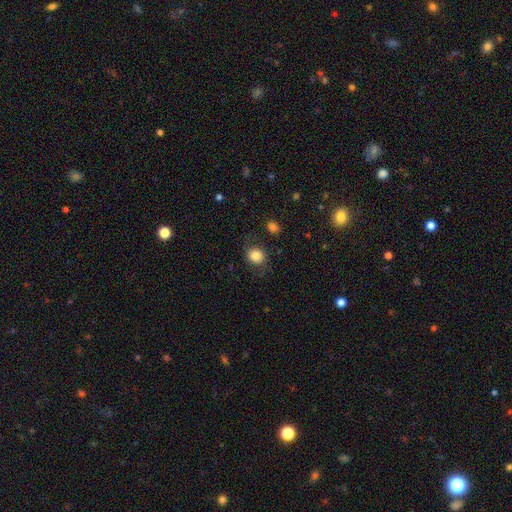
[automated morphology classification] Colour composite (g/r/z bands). It shows a smooth galaxy with no disk features (82%) that is round (72%). Merging: none (78%).